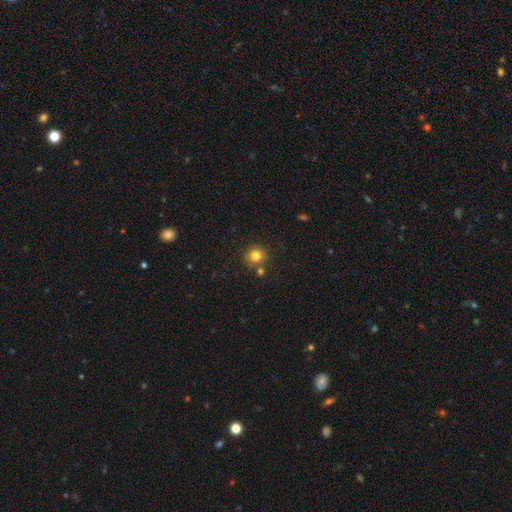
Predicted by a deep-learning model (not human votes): Smooth or featured?
  - smooth: 81% *
  - star or artifact: 13%
  - featured or disk: 7%
How rounded?
  - round: 91% *
  - in between: 8%
  - cigar-shaped: 1%
Merging?
  - none: 79% *
  - merger: 10%
  - minor disturbance: 9%
  - major disturbance: 3%